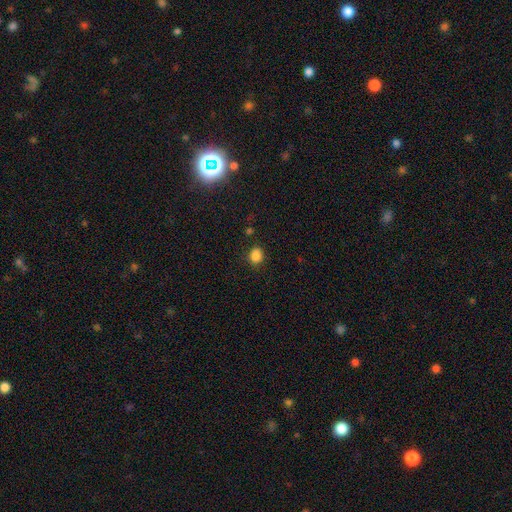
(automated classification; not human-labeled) This is clearly a smooth galaxy (85%). How rounded: possibly round (54%). Merging: clearly none (82%).